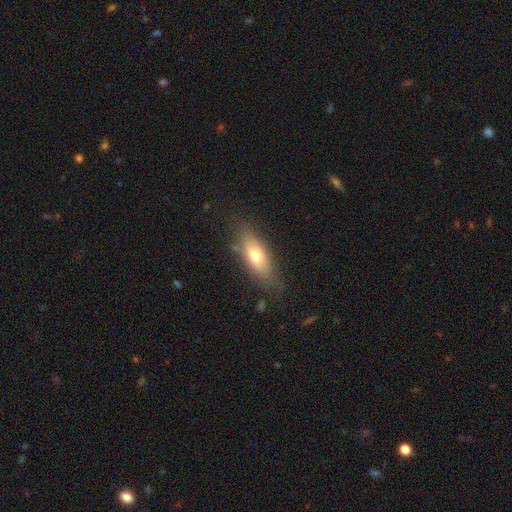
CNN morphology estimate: The model was most divided on "how rounded": in between: 67%, cigar-shaped: 30%, round: 3%. More confident: merging — none (75%); smooth or featured — smooth (66%).